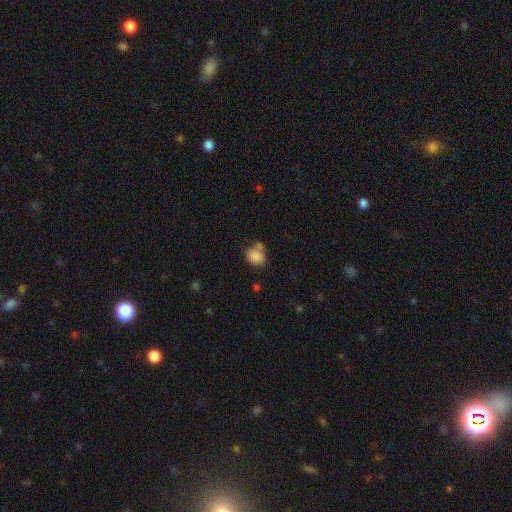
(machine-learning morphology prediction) A smooth galaxy with no disk features (84%) that is round (55%).

Vote fractions:
- Smooth or featured? smooth: 84% / star or artifact: 9% / featured or disk: 7%
- How rounded? round: 55% / in between: 45% / cigar-shaped: 1%
- Merging? none: 51% / merger: 27% / minor disturbance: 16% / major disturbance: 6%